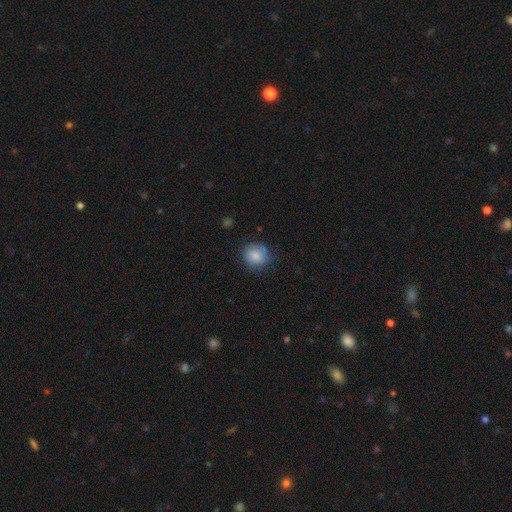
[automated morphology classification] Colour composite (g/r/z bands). It shows a smooth galaxy with no disk features (80%) that is round (86%). Merging: none (70%).